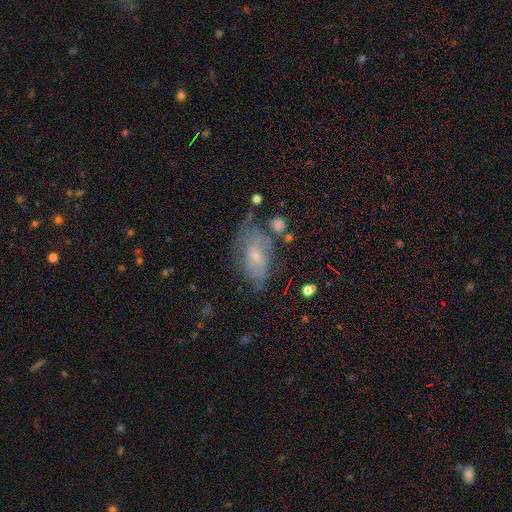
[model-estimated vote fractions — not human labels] A featured or disk galaxy (53%).

Vote fractions:
- Smooth or featured? featured or disk: 53% / smooth: 35% / star or artifact: 11%
- Edge-on disk? no: 91% / yes: 9%
- Merging? none: 50% / minor disturbance: 27% / major disturbance: 16% / merger: 7%